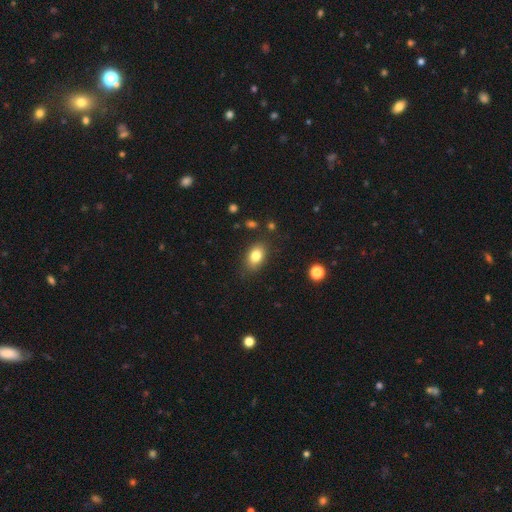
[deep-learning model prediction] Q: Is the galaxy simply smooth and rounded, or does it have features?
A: smooth — 81%.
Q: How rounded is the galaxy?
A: in between — 83%.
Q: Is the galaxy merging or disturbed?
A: none — 83%.